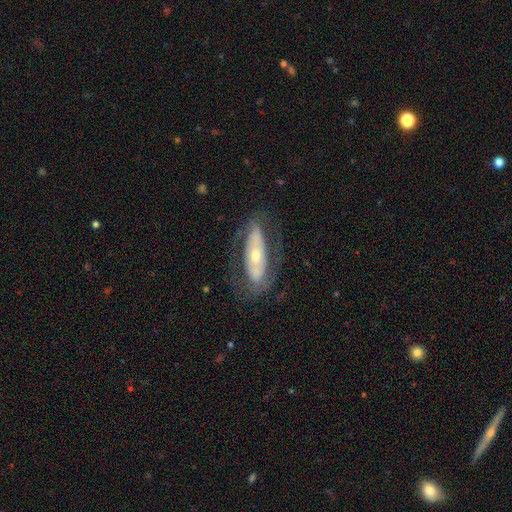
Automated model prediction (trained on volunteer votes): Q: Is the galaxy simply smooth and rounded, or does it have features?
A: featured or disk — 65%.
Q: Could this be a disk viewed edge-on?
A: no — 80%.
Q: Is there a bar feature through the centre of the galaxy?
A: no — 64%.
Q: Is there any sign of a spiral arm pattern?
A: no — 57%.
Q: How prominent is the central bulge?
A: small — 48%.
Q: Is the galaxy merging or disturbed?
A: none — 73%.